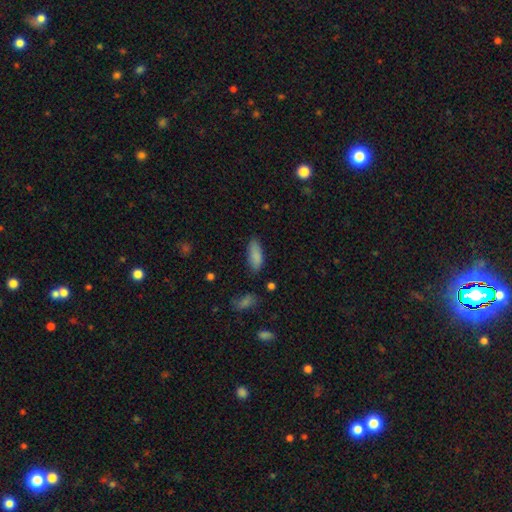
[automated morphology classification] The model was most divided on "how rounded": in between: 75%, cigar-shaped: 23%, round: 2%. More confident: smooth or featured — smooth (87%); merging — none (79%).